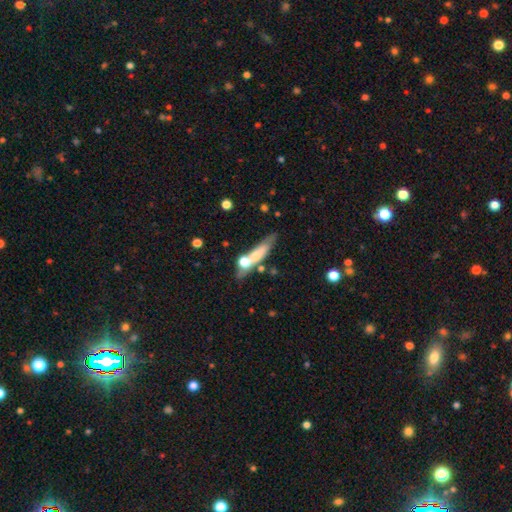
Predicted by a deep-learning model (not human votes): Overall: smooth (56%; featured or disk 36%). How rounded: cigar-shaped (71%). Merging: none (47%; merger 27%).